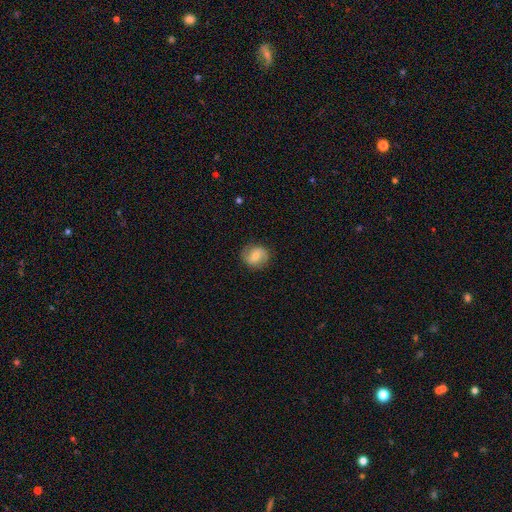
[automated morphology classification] Smooth or featured? featured or disk (50%)
Edge-on disk? no (97%)
Merging? none (83%)